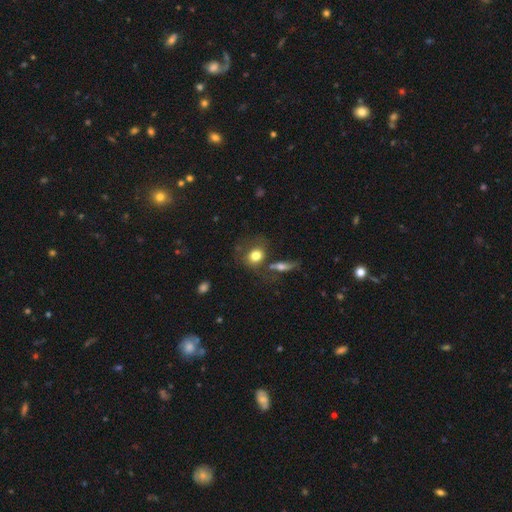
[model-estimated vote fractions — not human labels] Smooth or featured? smooth (78%)
How rounded? round (64%)
Merging? none (54%)